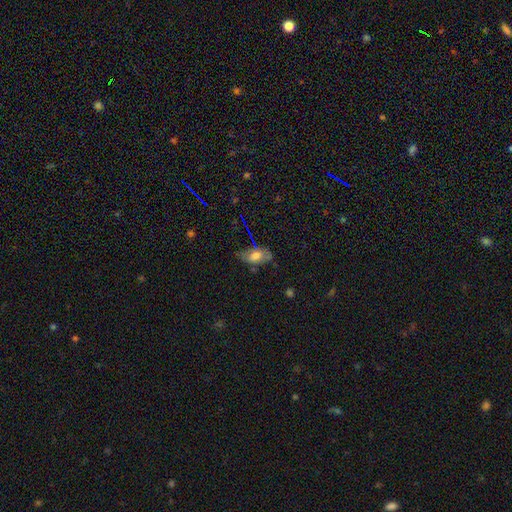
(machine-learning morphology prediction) A smooth galaxy with no disk features (62%) that is in between round and cigar-shaped (89%). Merging: none (53%).